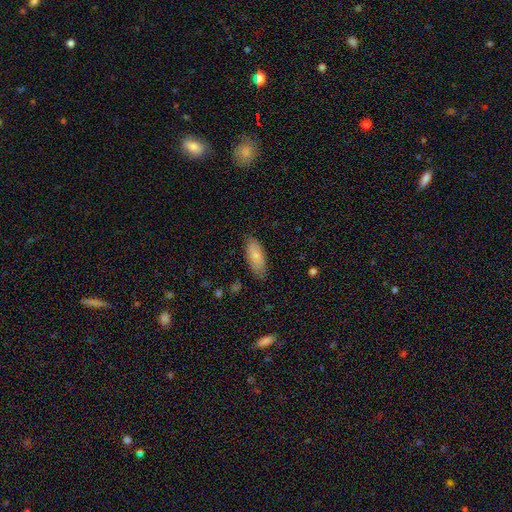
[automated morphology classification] smooth_or_featured: smooth (p=0.79) [alt: featured or disk p=0.15]
how_rounded: in between (p=0.82) [alt: cigar-shaped p=0.16]
merging: none (p=0.80) [alt: minor disturbance p=0.16]